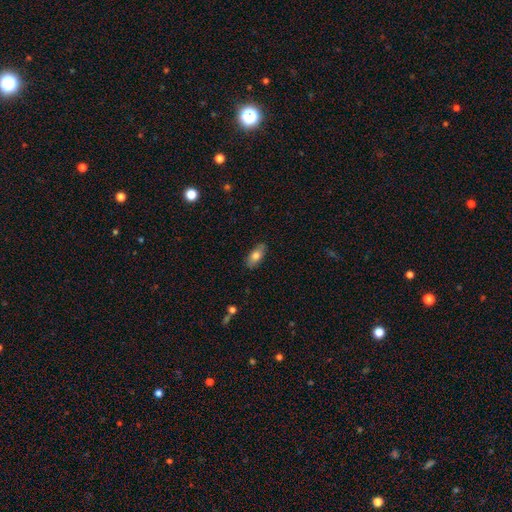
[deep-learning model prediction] This is likely a smooth galaxy (76%). How rounded: clearly in between (85%). Merging: clearly none (85%).